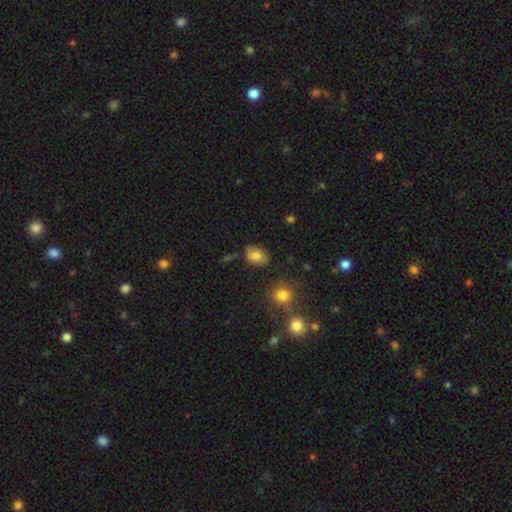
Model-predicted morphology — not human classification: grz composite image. It shows a smooth galaxy with no disk features (72%) that is in between round and cigar-shaped (72%). Merging: none (77%).